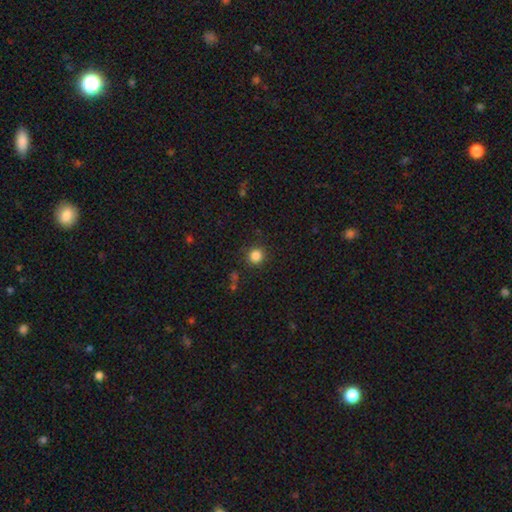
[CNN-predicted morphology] smooth 84%, star or artifact 12%, featured or disk 4%. Down the decision tree: how rounded — round (92%); merging — none (88%).